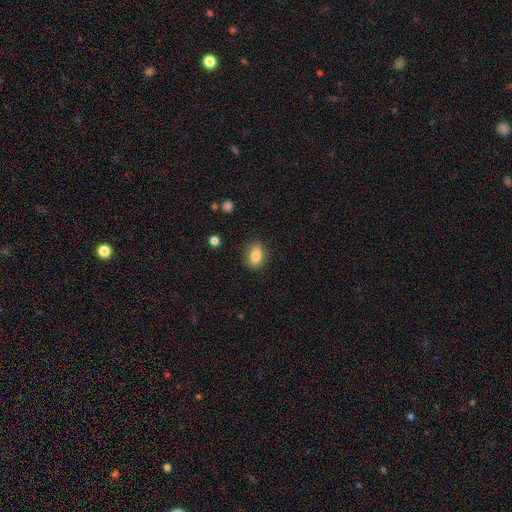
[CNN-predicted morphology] This appears to be a smooth galaxy with no disk features (83%) that is in between round and cigar-shaped (79%). Merging: none (84%).